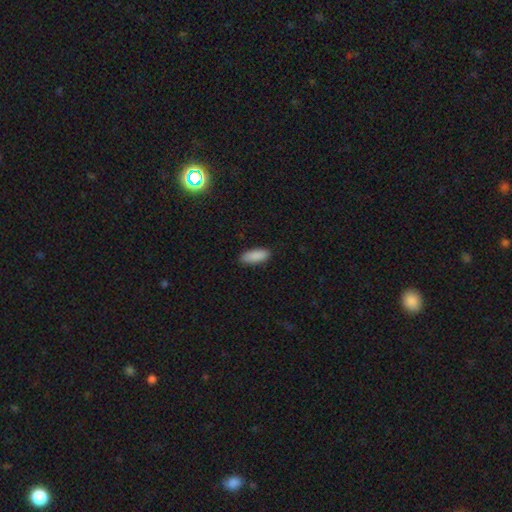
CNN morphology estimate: This appears to be a smooth galaxy with no disk features (90%) that is in between round and cigar-shaped (77%). Merging: none (88%).